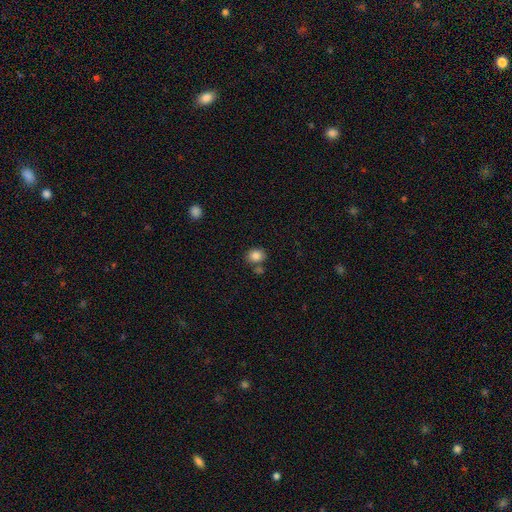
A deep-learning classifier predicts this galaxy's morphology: smooth 84%, star or artifact 10%, featured or disk 6%. Down the decision tree: how rounded — round (65%); merging — none (71%).